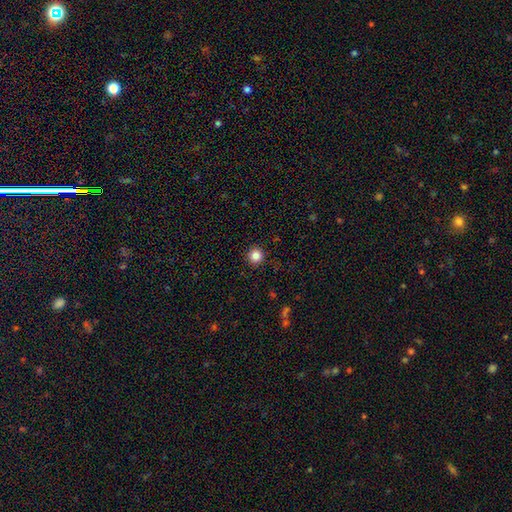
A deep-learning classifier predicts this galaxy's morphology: Smooth or featured? Predicted: smooth (p=0.84). How rounded? Predicted: round (p=0.96). Merging? Predicted: none (p=0.93).